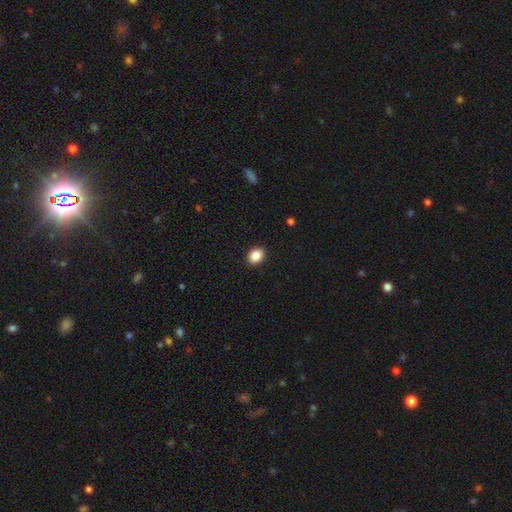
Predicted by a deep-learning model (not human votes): Overall: smooth (88%). How rounded: in between (52%; round 47%). Merging: none (91%).